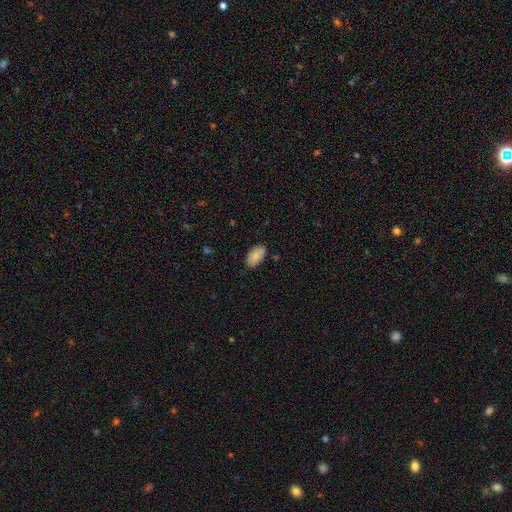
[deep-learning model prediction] Smooth or featured? Predicted: smooth (p=0.86). How rounded? Predicted: in between (p=0.95). Merging? Predicted: none (p=0.83).